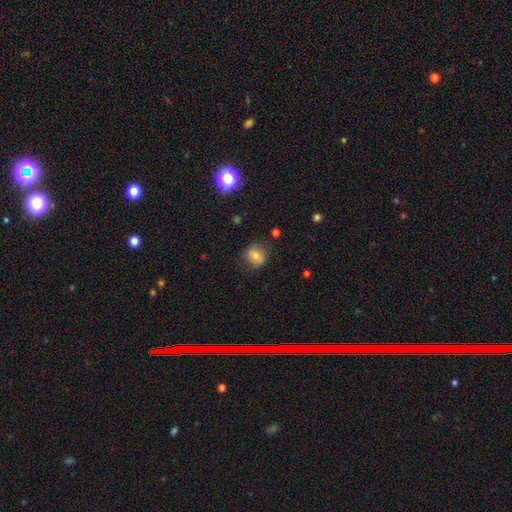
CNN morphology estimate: Smooth or featured: smooth — 71% (featured or disk — 17%)
How rounded: round — 81% (in between — 18%)
Merging: none — 75% (minor disturbance — 18%)